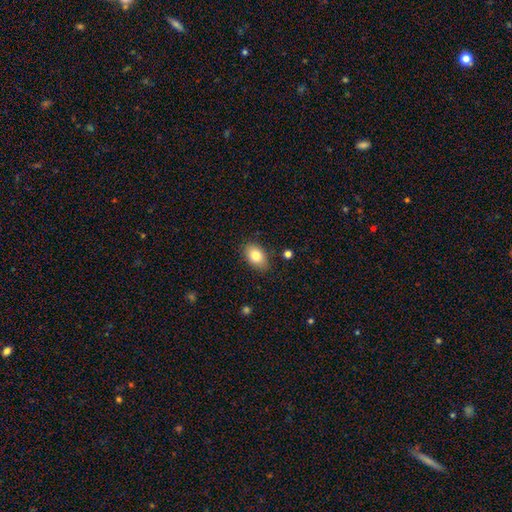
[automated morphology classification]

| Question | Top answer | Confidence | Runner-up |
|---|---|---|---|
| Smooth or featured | smooth | 81% | featured or disk (11%) |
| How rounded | in between | 86% | round (12%) |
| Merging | none | 84% | minor disturbance (12%) |